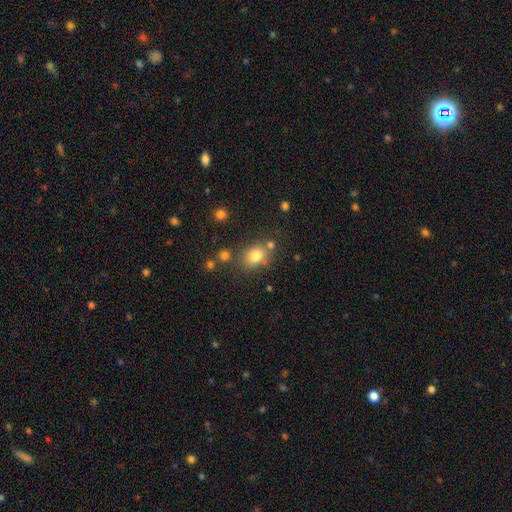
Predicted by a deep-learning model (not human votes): Morphology: type=smooth (78%); roundness=round (50%); merging=none (68%).